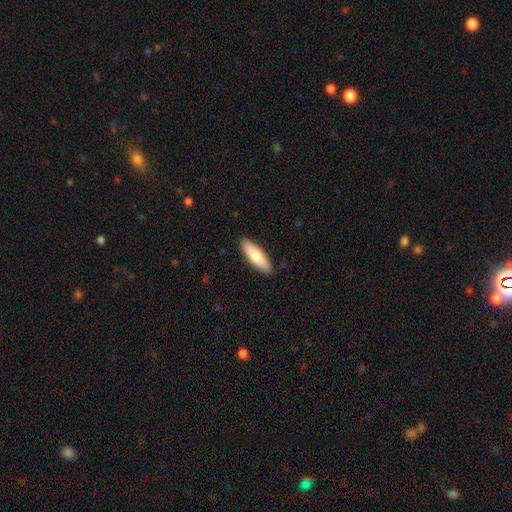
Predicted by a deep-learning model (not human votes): The model was most divided on "how rounded": in between: 56%, cigar-shaped: 43%, round: 2%. More confident: merging — none (89%); smooth or featured — smooth (76%).